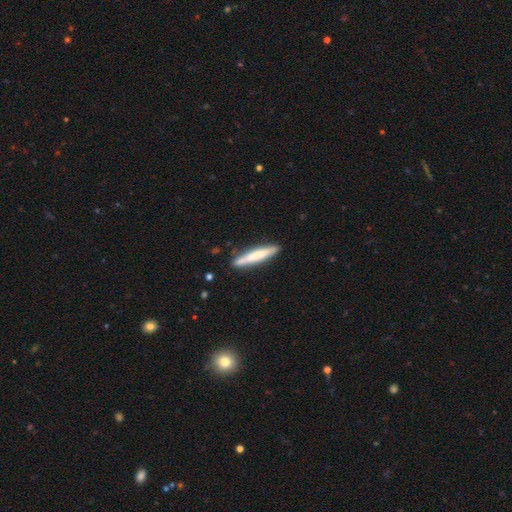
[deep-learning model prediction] Smooth or featured? Predicted: smooth (p=0.65). How rounded? Predicted: cigar-shaped (p=0.93). Merging? Predicted: none (p=0.85).